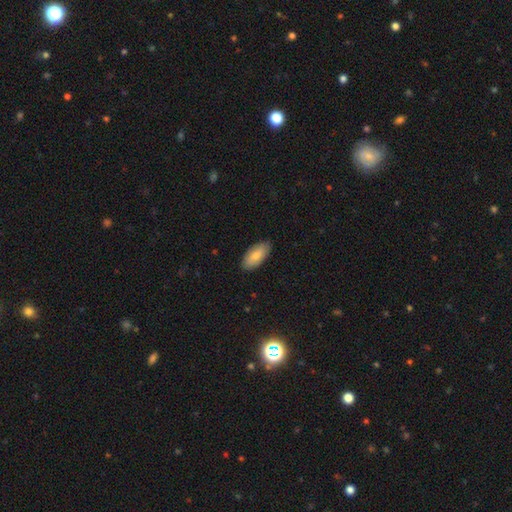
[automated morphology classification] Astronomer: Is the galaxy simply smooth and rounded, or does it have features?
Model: smooth — 80%.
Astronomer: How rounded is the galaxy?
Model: in between — 90%.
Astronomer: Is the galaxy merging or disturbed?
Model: none — 87%.